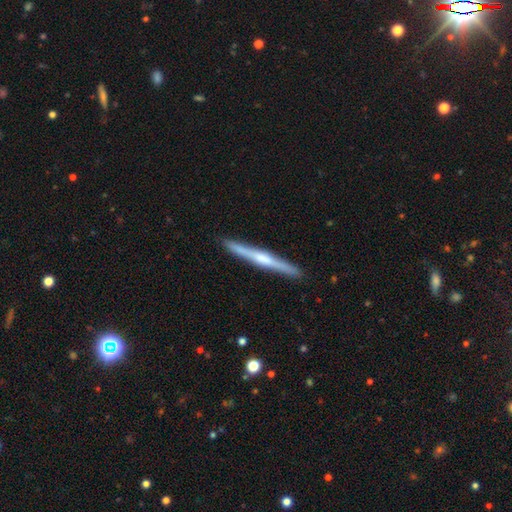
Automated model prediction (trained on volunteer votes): featured or disk 69%, smooth 26%, star or artifact 5%. Down the decision tree: edge-on disk — yes (98%); edge-on bulge — rounded (66%); merging — none (92%).